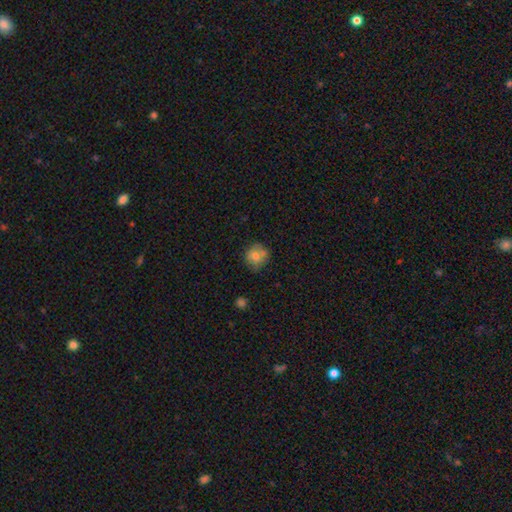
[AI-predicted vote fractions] smooth_or_featured: smooth (p=0.75) [alt: featured or disk p=0.16]
how_rounded: round (p=0.85) [alt: in between p=0.14]
merging: none (p=0.65) [alt: minor disturbance p=0.19]